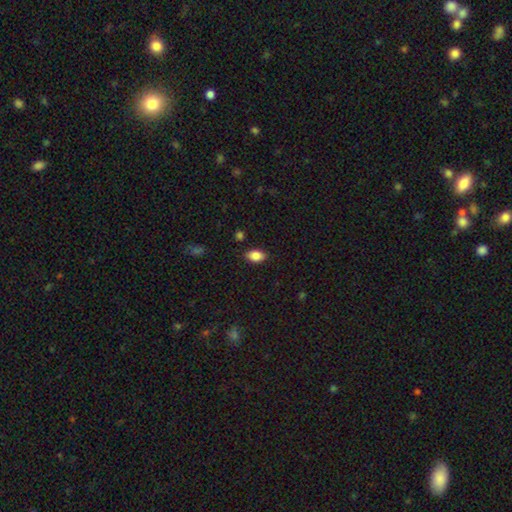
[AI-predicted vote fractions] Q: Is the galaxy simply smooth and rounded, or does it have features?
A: smooth — 86%.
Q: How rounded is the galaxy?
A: in between — 89%.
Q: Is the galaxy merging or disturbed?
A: none — 85%.